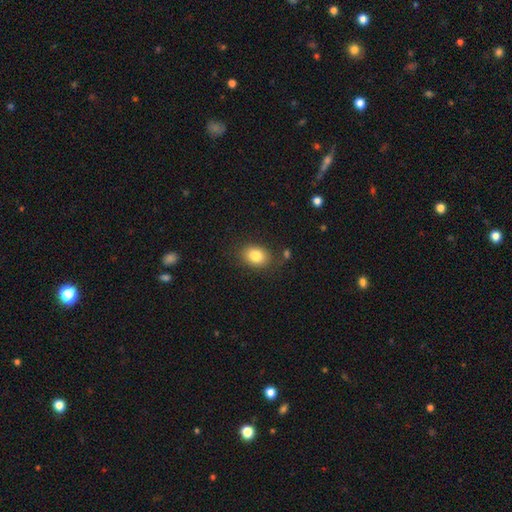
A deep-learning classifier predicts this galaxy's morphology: type=smooth (83%); roundness=in between (64%); merging=none (81%).